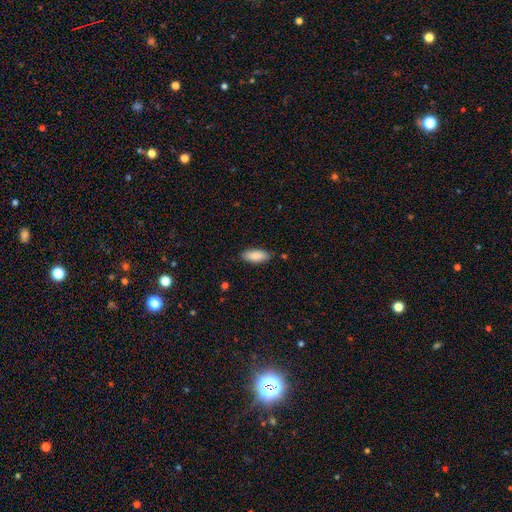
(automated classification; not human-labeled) A smooth galaxy with no disk features (88%) that is in between round and cigar-shaped (82%).

Vote fractions:
- Smooth or featured? smooth: 88% / star or artifact: 6% / featured or disk: 6%
- How rounded? in between: 82% / cigar-shaped: 16% / round: 2%
- Merging? none: 85% / minor disturbance: 11% / major disturbance: 2% / merger: 1%